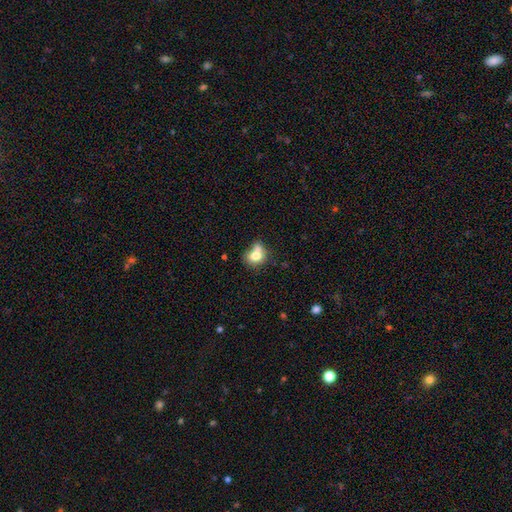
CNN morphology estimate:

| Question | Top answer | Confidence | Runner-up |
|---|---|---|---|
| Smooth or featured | smooth | 73% | featured or disk (16%) |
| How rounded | round | 57% | in between (42%) |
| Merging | merger | 37% | none (36%) |